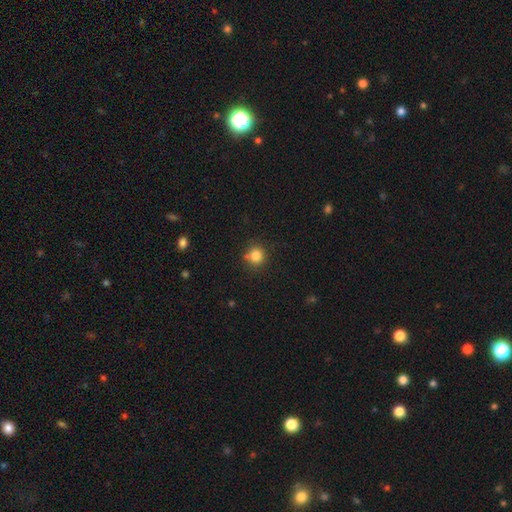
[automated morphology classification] smooth 83%, star or artifact 12%, featured or disk 5%. Down the decision tree: how rounded — round (91%); merging — none (78%).